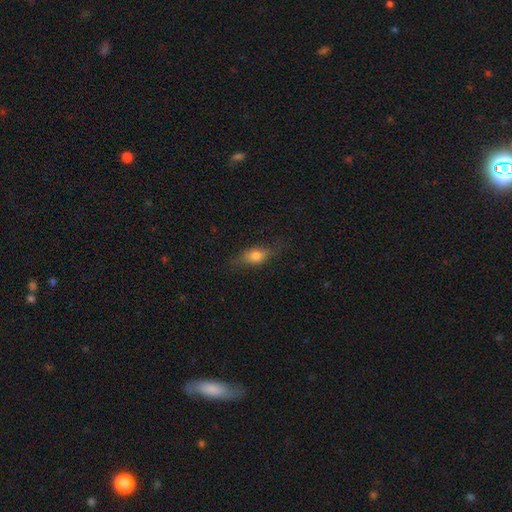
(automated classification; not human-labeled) Smooth or featured? smooth (70%)
How rounded? in between (74%)
Merging? none (72%)